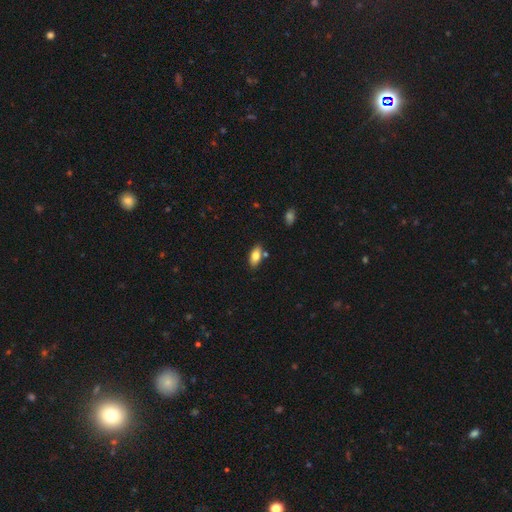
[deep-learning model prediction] The model was most divided on "smooth or featured": smooth: 79%, featured or disk: 14%, star or artifact: 7%. More confident: how rounded — in between (90%); merging — none (78%).